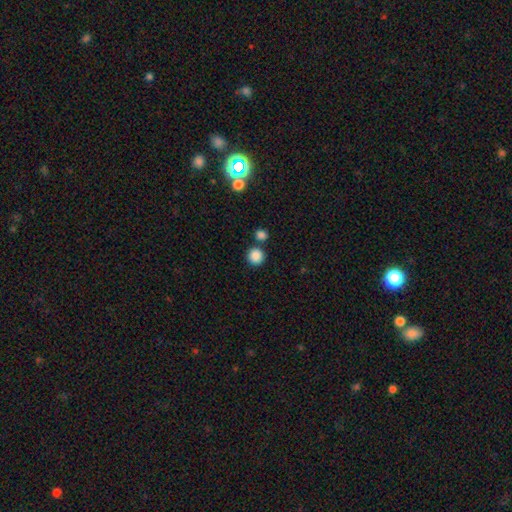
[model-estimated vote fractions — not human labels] smooth_or_featured: smooth (p=0.86) [alt: star or artifact p=0.10]
how_rounded: round (p=0.94) [alt: in between p=0.05]
merging: none (p=0.75) [alt: merger p=0.15]